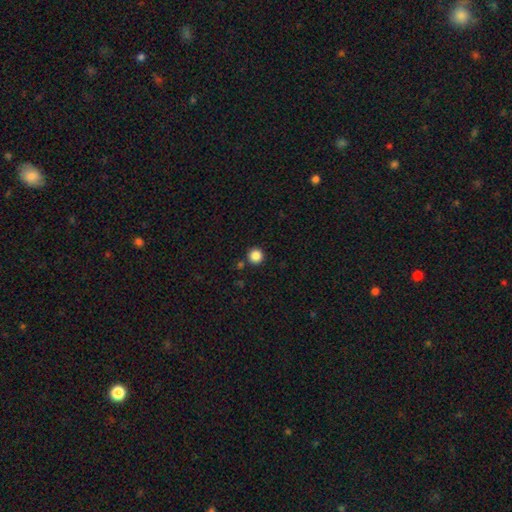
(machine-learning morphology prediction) smooth_or_featured: smooth (p=0.87) [alt: star or artifact p=0.11]
how_rounded: round (p=0.96) [alt: in between p=0.03]
merging: none (p=0.90) [alt: minor disturbance p=0.05]